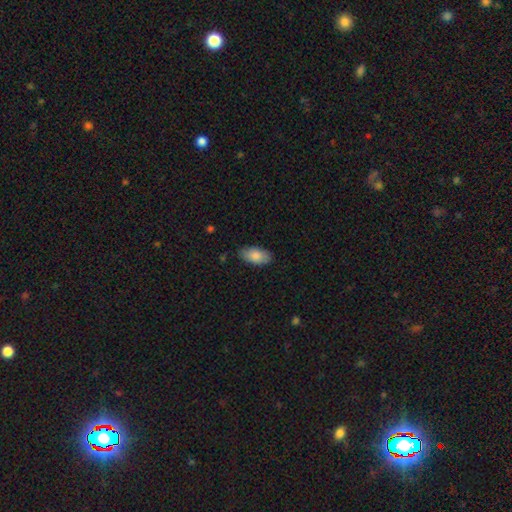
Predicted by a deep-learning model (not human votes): smooth-or-featured: smooth: 84% | featured or disk: 10% | star or artifact: 6%
  how-rounded: in between: 93% | cigar-shaped: 4% | round: 3%
  merging: none: 82% | minor disturbance: 14% | major disturbance: 2% | merger: 1%